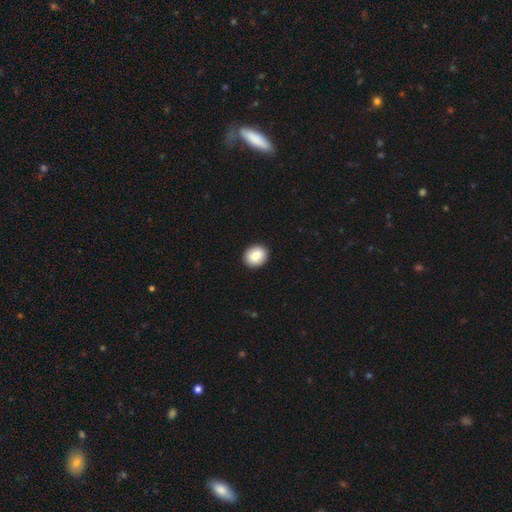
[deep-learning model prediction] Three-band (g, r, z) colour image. It shows a smooth galaxy with no disk features (87%) that is round (62%). Merging: none (92%).